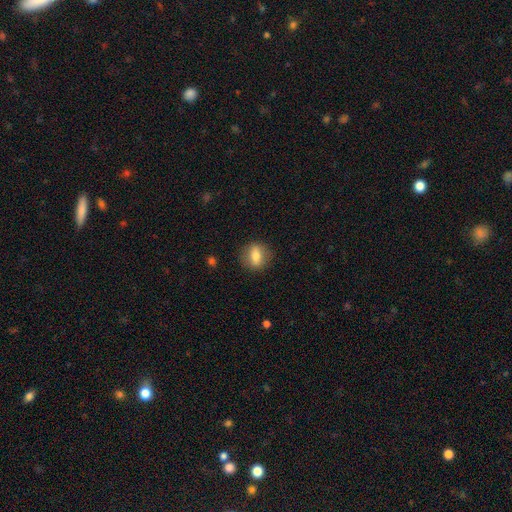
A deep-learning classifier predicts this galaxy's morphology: Smooth or featured? Predicted: smooth (p=0.68). How rounded? Predicted: round (p=0.53). Merging? Predicted: none (p=0.86).